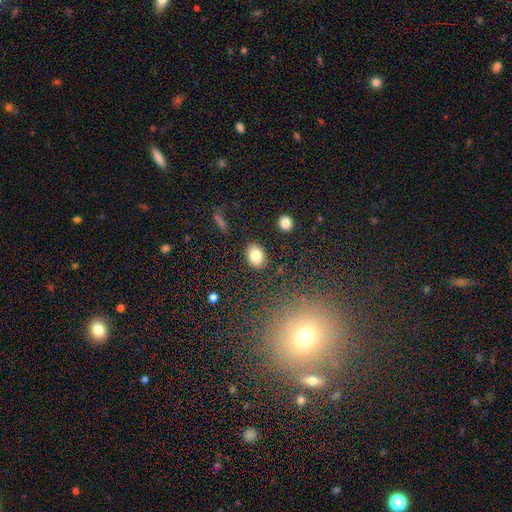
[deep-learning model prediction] Smooth or featured? smooth (82%)
How rounded? in between (62%)
Merging? none (87%)